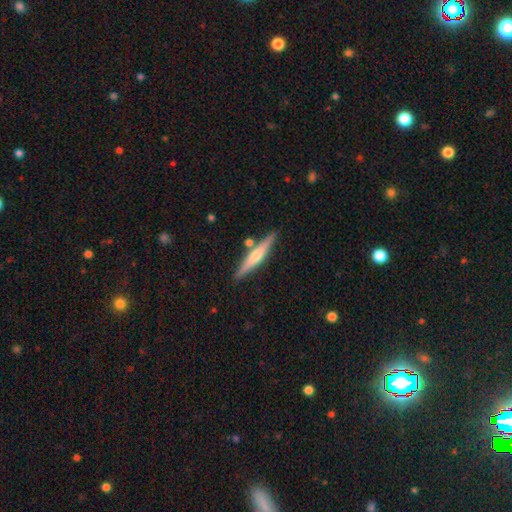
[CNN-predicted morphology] Smooth or featured? featured or disk (55%)
Edge-on disk? yes (97%)
Edge-on bulge? rounded (74%)
Merging? none (84%)